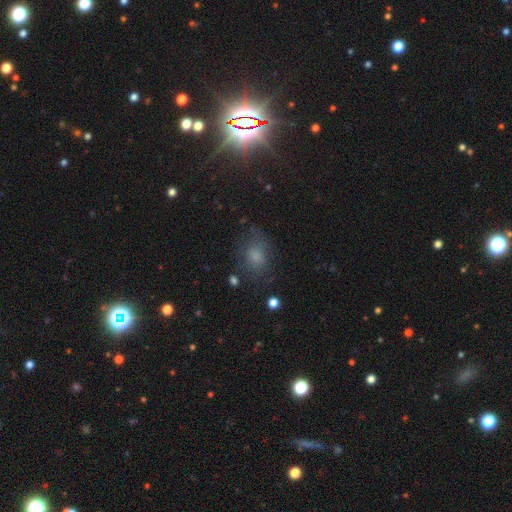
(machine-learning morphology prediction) Smooth or featured: smooth — 67% (star or artifact — 17%)
How rounded: in between — 55% (round — 43%)
Merging: none — 62% (minor disturbance — 22%)